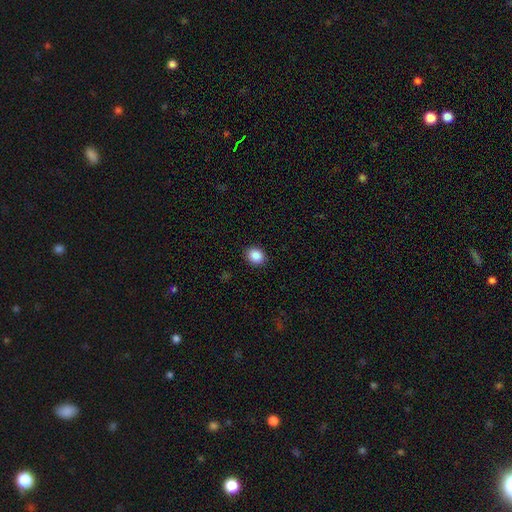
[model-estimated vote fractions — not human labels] Smooth or featured? Predicted: smooth (p=0.88). How rounded? Predicted: round (p=0.58). Merging? Predicted: none (p=0.90).